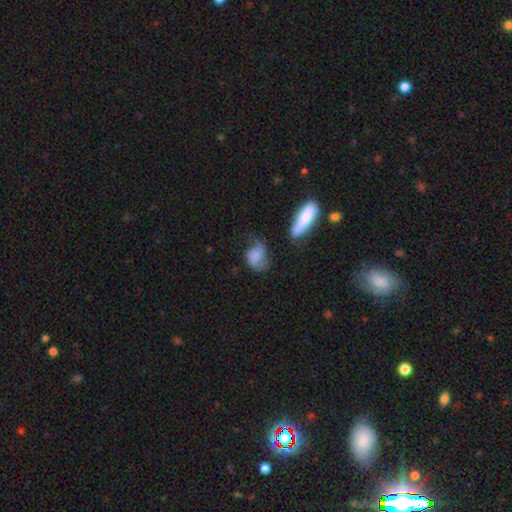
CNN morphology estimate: Smooth or featured?
  - smooth: 58% *
  - featured or disk: 33%
  - star or artifact: 9%
How rounded?
  - in between: 71% *
  - round: 26%
  - cigar-shaped: 3%
Merging?
  - none: 36% *
  - minor disturbance: 30%
  - major disturbance: 25%
  - merger: 9%